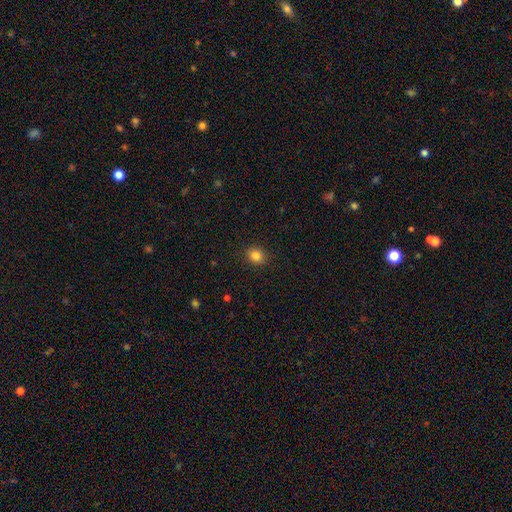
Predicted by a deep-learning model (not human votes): The model was most divided on "how rounded": round: 71%, in between: 29%, cigar-shaped: 1%. More confident: merging — none (90%); smooth or featured — smooth (84%).